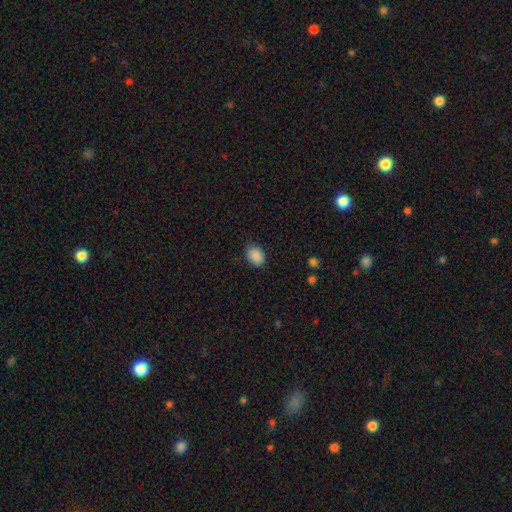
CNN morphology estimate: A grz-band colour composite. It shows a smooth galaxy with no disk features (89%) that is in between round and cigar-shaped (74%). Merging: none (82%).